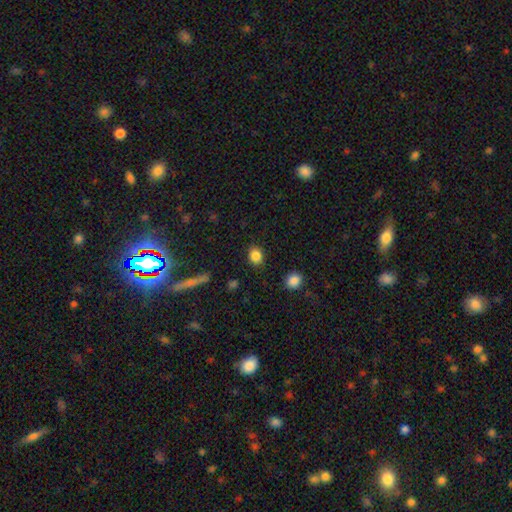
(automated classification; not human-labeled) smooth 85%, star or artifact 10%, featured or disk 5%. Down the decision tree: how rounded — round (53%); merging — none (87%).